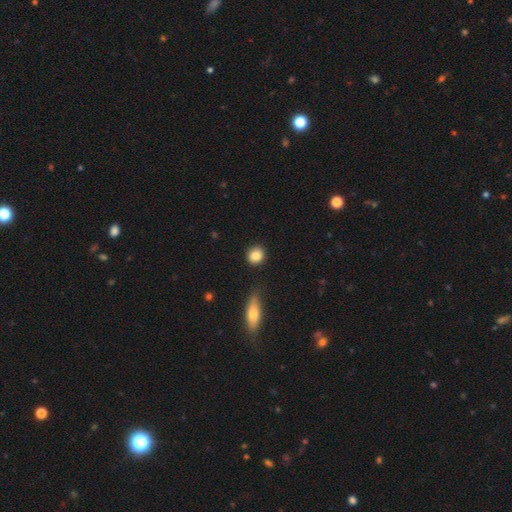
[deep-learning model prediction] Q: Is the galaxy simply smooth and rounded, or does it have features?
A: smooth — 86%.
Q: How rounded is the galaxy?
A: round — 84%.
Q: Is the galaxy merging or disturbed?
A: none — 87%.